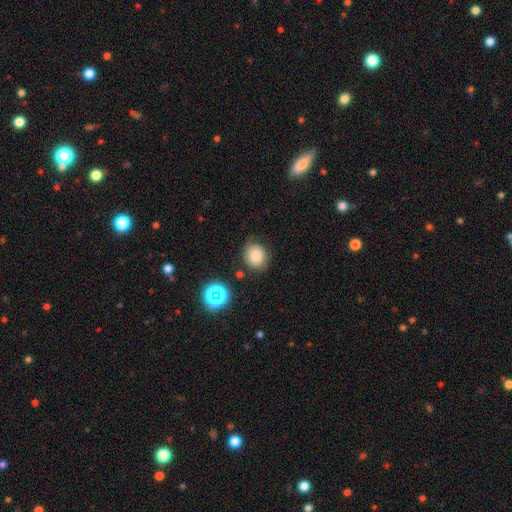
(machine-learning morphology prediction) Smooth or featured?
  - smooth: 76% *
  - star or artifact: 14%
  - featured or disk: 10%
How rounded?
  - round: 75% *
  - in between: 24%
  - cigar-shaped: 1%
Merging?
  - none: 75% *
  - minor disturbance: 17%
  - major disturbance: 5%
  - merger: 3%